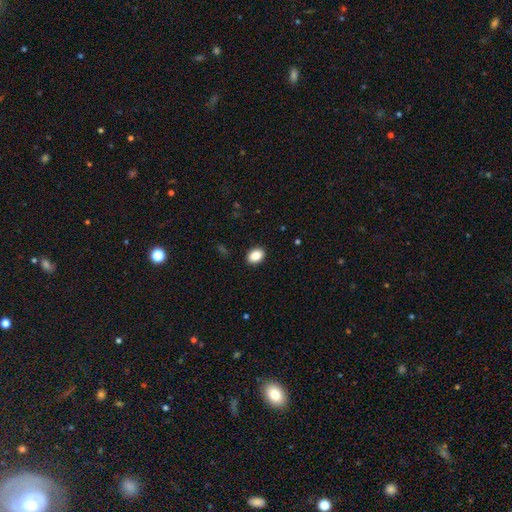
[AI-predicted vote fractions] This is clearly a smooth galaxy (87%). How rounded: likely in between (74%). Merging: clearly none (91%).